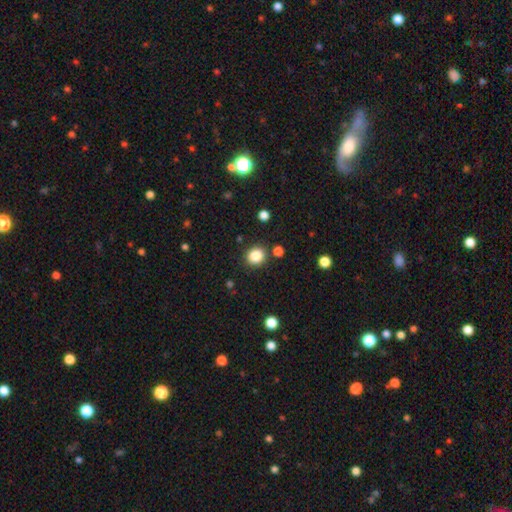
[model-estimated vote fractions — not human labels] Smooth or featured? Predicted: smooth (p=0.85). How rounded? Predicted: round (p=0.81). Merging? Predicted: none (p=0.85).